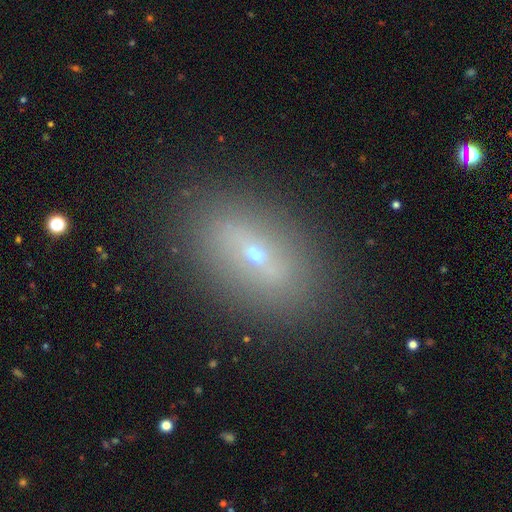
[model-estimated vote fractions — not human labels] smooth_or_featured: featured or disk (p=0.41) [tied with: smooth p=0.41]
merging: none (p=0.86) [alt: minor disturbance p=0.09]